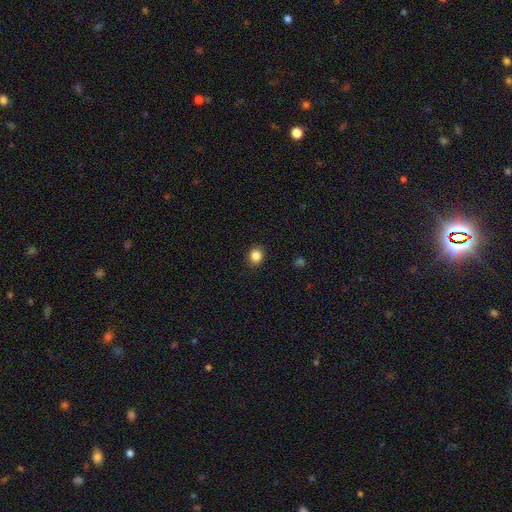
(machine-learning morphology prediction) Smooth or featured?
  - smooth: 85% *
  - star or artifact: 11%
  - featured or disk: 4%
How rounded?
  - round: 80% *
  - in between: 19%
  - cigar-shaped: 1%
Merging?
  - none: 91% *
  - minor disturbance: 6%
  - major disturbance: 2%
  - merger: 1%